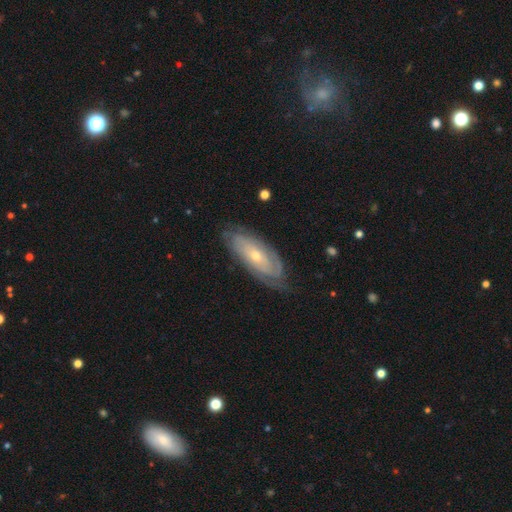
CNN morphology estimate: smooth_or_featured: featured or disk (p=0.74) [alt: smooth p=0.20]
disk_edge_on: no (p=0.87) [alt: yes p=0.13]
bar: no (p=0.76) [alt: weak p=0.19]
has_spiral_arms: yes (p=0.84) [alt: no p=0.16]
spiral_winding: tight (p=0.73) [alt: medium p=0.20]
spiral_arm_count: can't tell (p=0.52) [alt: 2 p=0.27]
bulge_size: small (p=0.60) [alt: moderate p=0.37]
merging: none (p=0.73) [alt: minor disturbance p=0.19]